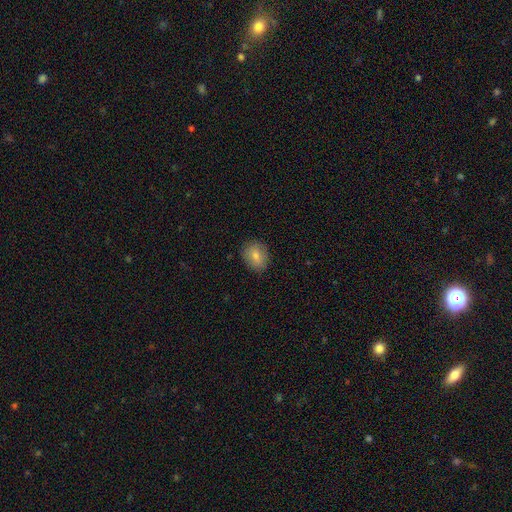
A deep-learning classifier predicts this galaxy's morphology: This is likely a smooth galaxy (74%). How rounded: possibly round (52%). Merging: clearly none (87%).